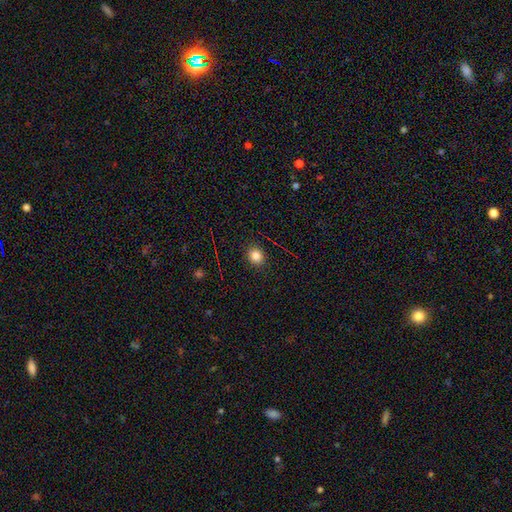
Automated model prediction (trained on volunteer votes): A smooth galaxy with no disk features (82%) that is round (73%). Merging: none (89%).